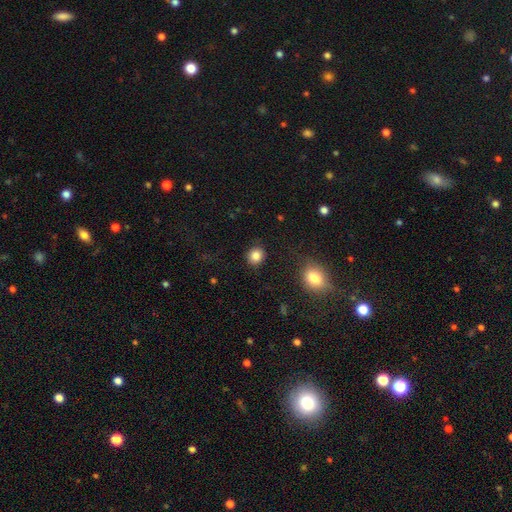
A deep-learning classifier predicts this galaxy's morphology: The model was most divided on "how rounded": round: 79%, in between: 20%, cigar-shaped: 1%. More confident: merging — none (88%); smooth or featured — smooth (85%).